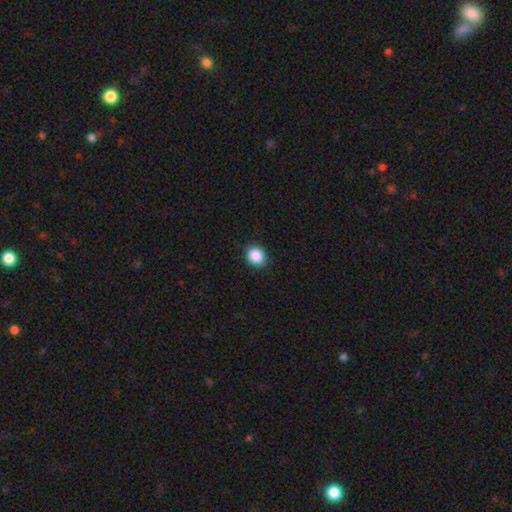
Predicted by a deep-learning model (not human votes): Morphology: type=smooth (88%); roundness=round (67%); merging=none (90%).